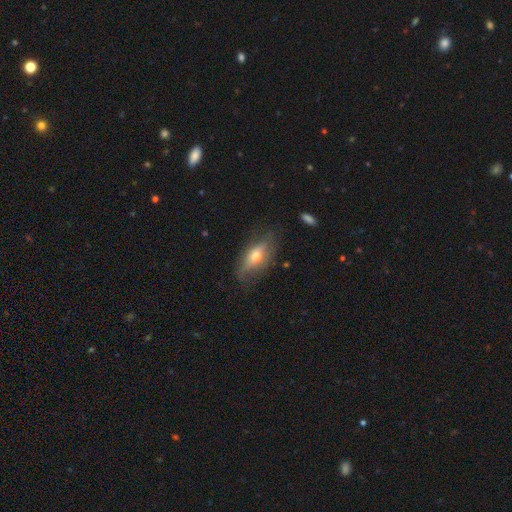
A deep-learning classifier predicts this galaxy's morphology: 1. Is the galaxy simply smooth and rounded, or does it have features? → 51% smooth, 41% featured or disk, 7% star or artifact.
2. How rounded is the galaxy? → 78% in between, 17% cigar-shaped, 5% round.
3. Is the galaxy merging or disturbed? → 66% none, 24% minor disturbance, 8% major disturbance, 2% merger.